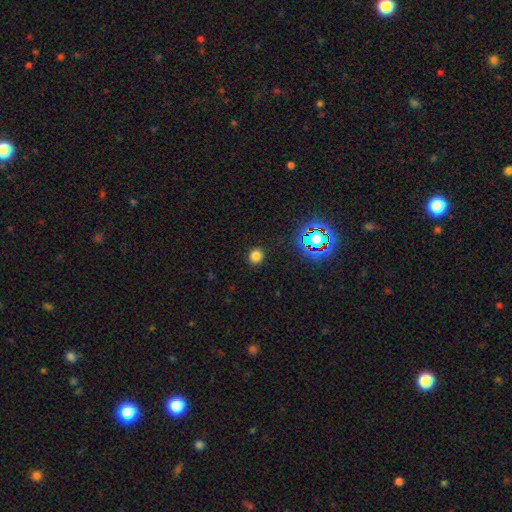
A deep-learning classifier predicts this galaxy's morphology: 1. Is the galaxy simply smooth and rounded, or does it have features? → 77% smooth, 18% star or artifact, 5% featured or disk.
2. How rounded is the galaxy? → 86% round, 13% in between, 1% cigar-shaped.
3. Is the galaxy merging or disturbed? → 89% none, 7% minor disturbance, 3% major disturbance, 1% merger.